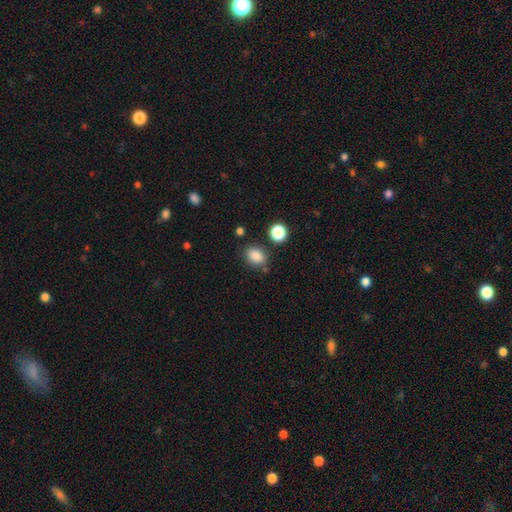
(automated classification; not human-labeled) smooth_or_featured: smooth (p=0.85) [alt: star or artifact p=0.11]
how_rounded: in between (p=0.66) [alt: round p=0.33]
merging: none (p=0.75) [alt: minor disturbance p=0.15]